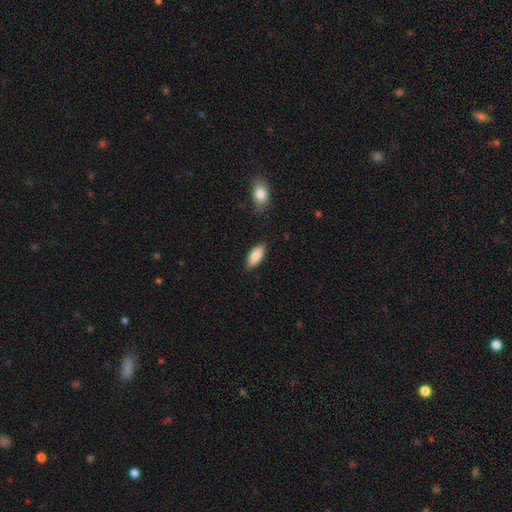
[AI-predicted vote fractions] Overall: smooth (85%). How rounded: in between (84%). Merging: none (85%).